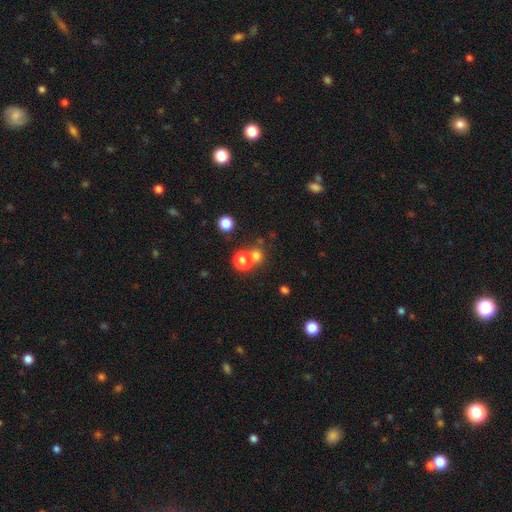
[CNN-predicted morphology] Smooth or featured? Predicted: smooth (p=0.72). How rounded? Predicted: round (p=0.86). Merging? Predicted: none (p=0.60).